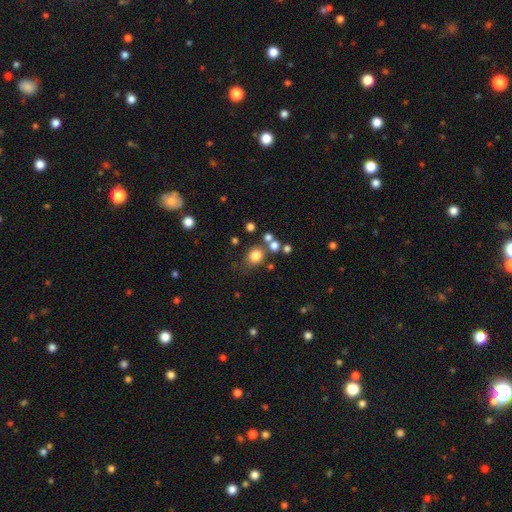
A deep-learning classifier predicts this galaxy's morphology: Q: Smooth or featured?
A: smooth (79%); runner-up: star or artifact (14%)
Q: How rounded?
A: round (69%); runner-up: in between (30%)
Q: Merging?
A: none (68%); runner-up: minor disturbance (13%)